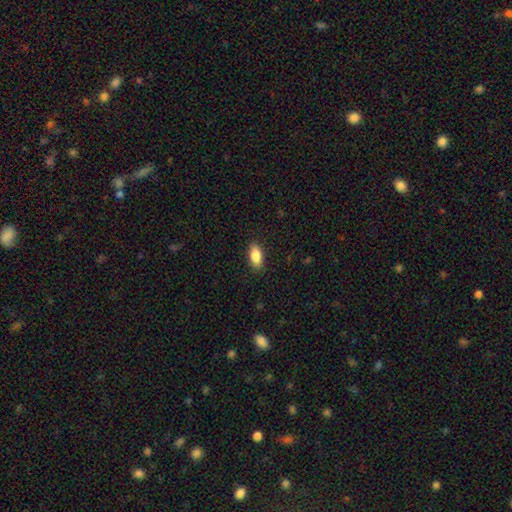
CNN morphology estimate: This appears to be a smooth galaxy with no disk features (86%) that is in between round and cigar-shaped (89%). Merging: none (88%).